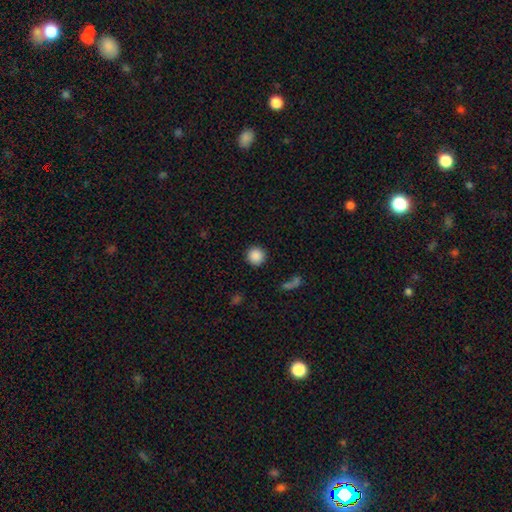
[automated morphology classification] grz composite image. It shows a smooth galaxy with no disk features (88%) that is round (96%). Merging: none (91%).